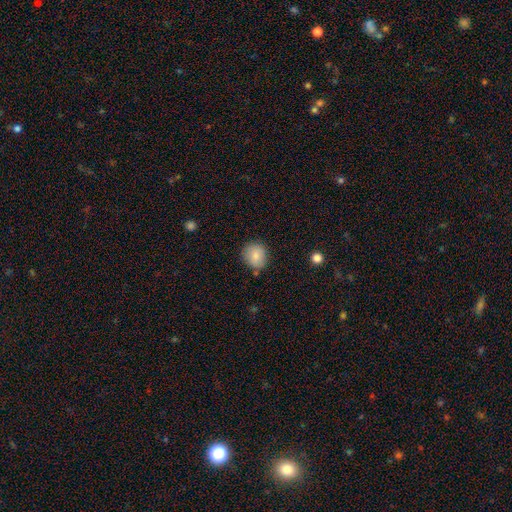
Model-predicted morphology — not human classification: type=smooth (84%); roundness=round (84%); merging=none (80%).